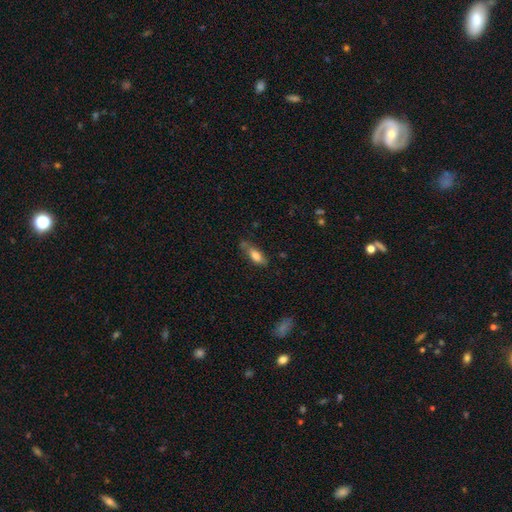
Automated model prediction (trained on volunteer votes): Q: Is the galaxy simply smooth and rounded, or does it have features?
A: smooth — 74%.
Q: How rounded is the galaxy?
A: in between — 69%.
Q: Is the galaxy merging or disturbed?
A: none — 58%.